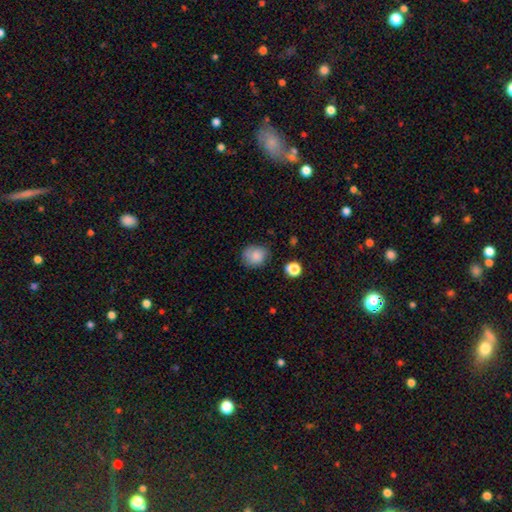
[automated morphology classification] Smooth or featured?
  - smooth: 83% *
  - star or artifact: 9%
  - featured or disk: 8%
How rounded?
  - round: 78% *
  - in between: 21%
  - cigar-shaped: 1%
Merging?
  - none: 74% *
  - minor disturbance: 19%
  - major disturbance: 4%
  - merger: 2%